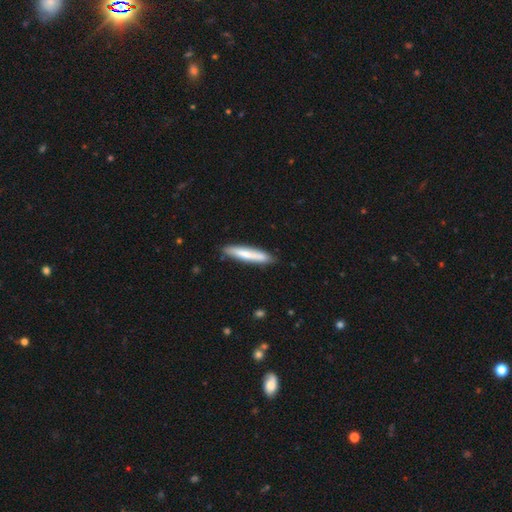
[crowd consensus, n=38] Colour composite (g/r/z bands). It shows a smooth galaxy with no disk features (82%) that is cigar-shaped (94%). Merging: none (79%).